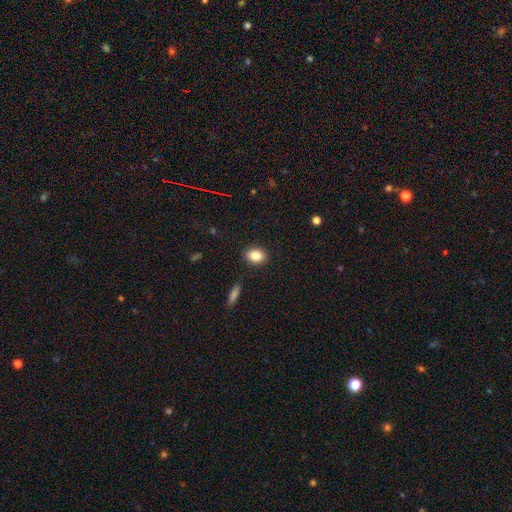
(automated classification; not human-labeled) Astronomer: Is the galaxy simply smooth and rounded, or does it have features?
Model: smooth — 84%.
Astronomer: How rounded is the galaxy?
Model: in between — 67%.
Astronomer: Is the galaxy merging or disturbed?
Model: none — 88%.